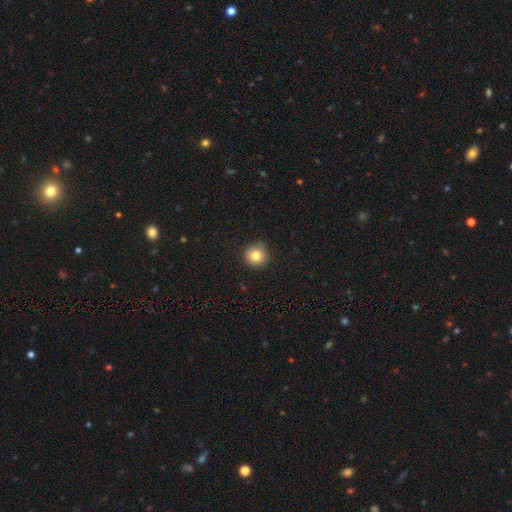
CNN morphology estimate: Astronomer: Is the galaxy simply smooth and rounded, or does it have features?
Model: smooth — 82%.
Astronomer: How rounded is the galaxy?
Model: round — 94%.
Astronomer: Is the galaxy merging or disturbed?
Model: none — 88%.